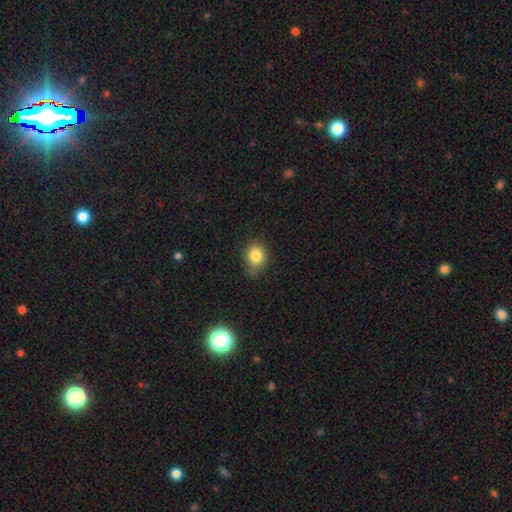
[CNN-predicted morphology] Smooth or featured? smooth (83%)
How rounded? round (62%)
Merging? none (75%)